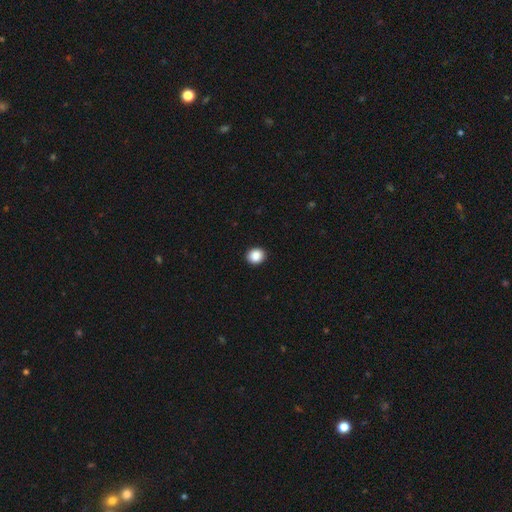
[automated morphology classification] Q: Smooth or featured?
A: smooth (88%); runner-up: star or artifact (9%)
Q: How rounded?
A: round (79%); runner-up: in between (20%)
Q: Merging?
A: none (92%); runner-up: minor disturbance (5%)